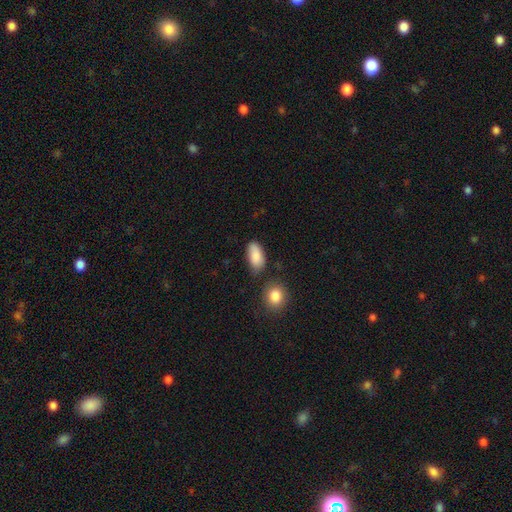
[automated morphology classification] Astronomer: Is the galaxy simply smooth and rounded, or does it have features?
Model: smooth — 87%.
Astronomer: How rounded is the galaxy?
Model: in between — 91%.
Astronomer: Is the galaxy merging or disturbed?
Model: none — 65%.